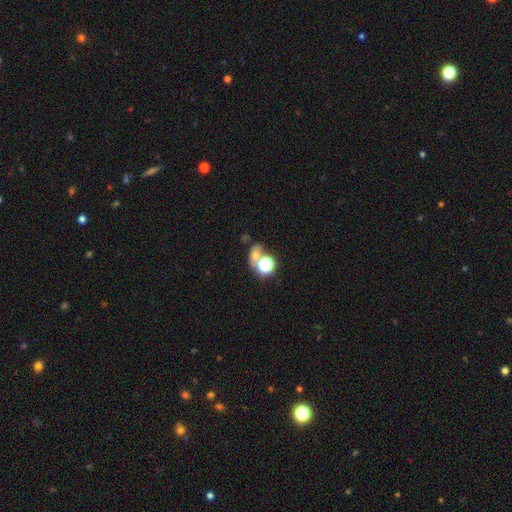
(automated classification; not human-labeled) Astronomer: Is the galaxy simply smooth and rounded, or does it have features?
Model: smooth — 55% (runner-up: star or artifact, 31%).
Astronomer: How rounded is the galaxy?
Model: round — 59% (runner-up: in between, 40%).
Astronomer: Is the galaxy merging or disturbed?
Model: none — 46% (runner-up: merger, 37%).